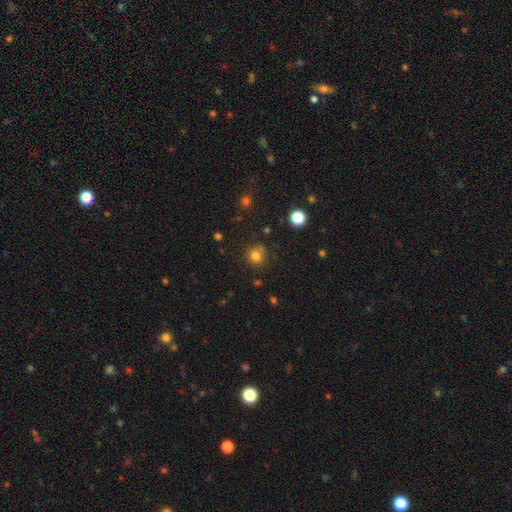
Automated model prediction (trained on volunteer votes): smooth_or_featured: smooth (p=0.79) [alt: star or artifact p=0.15]
how_rounded: round (p=0.85) [alt: in between p=0.14]
merging: none (p=0.72) [alt: minor disturbance p=0.18]